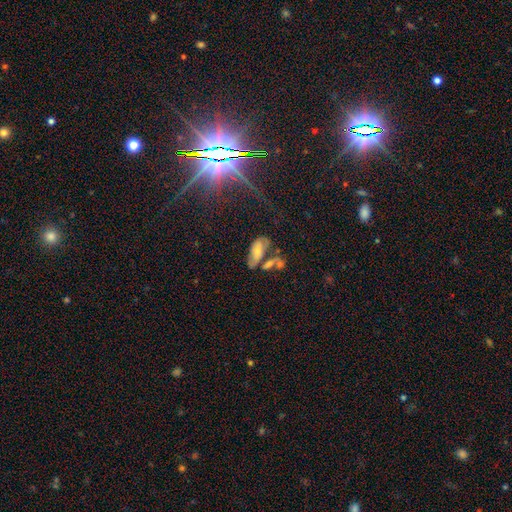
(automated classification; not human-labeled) This is possibly a star or artifact rather than a galaxy (51%).